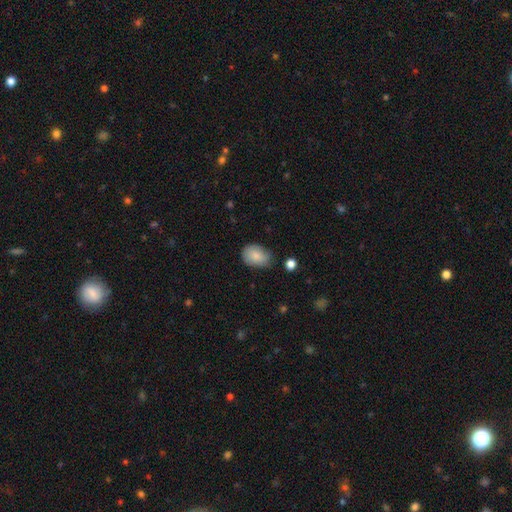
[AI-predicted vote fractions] Morphology: type=smooth (85%); roundness=in between (78%); merging=none (69%).